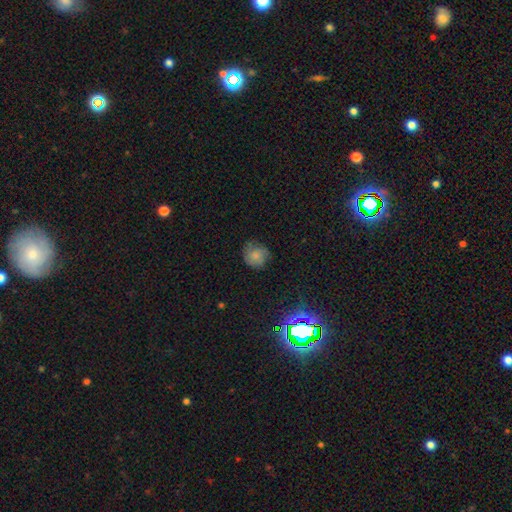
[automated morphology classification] This is likely a smooth galaxy (68%). How rounded: clearly round (86%). Merging: likely none (67%).